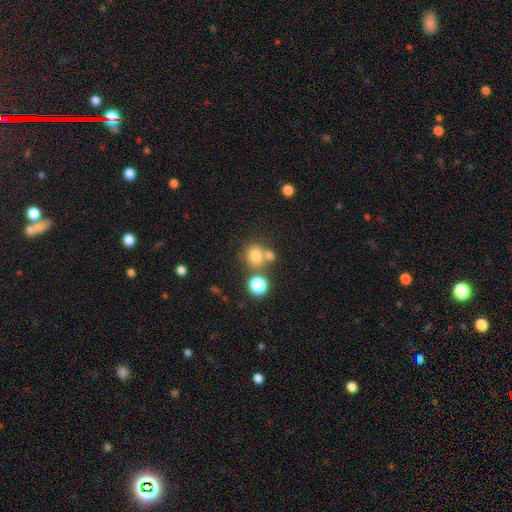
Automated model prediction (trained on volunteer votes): Smooth or featured? Predicted: smooth (p=0.76). How rounded? Predicted: round (p=0.81). Merging? Predicted: none (p=0.56).